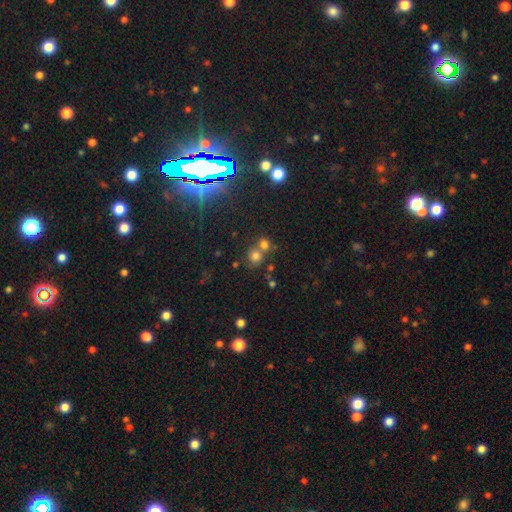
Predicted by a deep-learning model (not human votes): A smooth galaxy with no disk features (69%) that is round (86%).

Vote fractions:
- Smooth or featured? smooth: 69% / star or artifact: 22% / featured or disk: 9%
- How rounded? round: 86% / in between: 13% / cigar-shaped: 1%
- Merging? none: 52% / merger: 38% / minor disturbance: 7% / major disturbance: 3%